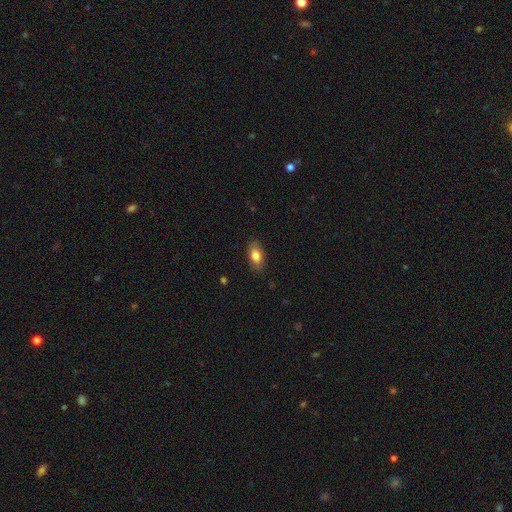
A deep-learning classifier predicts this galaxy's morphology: smooth_or_featured: smooth (p=0.81) [alt: featured or disk p=0.11]
how_rounded: in between (p=0.90) [alt: round p=0.05]
merging: none (p=0.86) [alt: minor disturbance p=0.11]